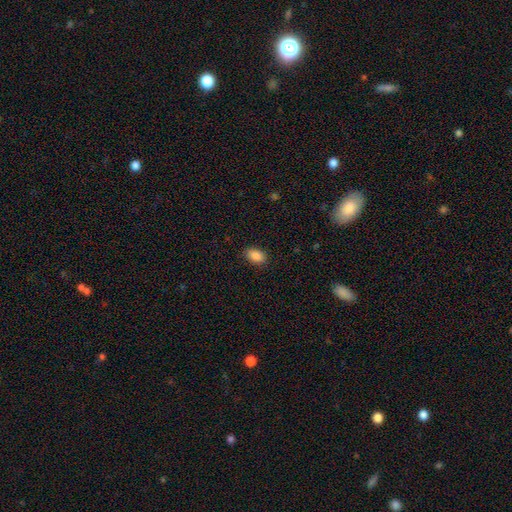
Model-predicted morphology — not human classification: Smooth or featured: smooth — 89% (star or artifact — 8%)
How rounded: in between — 88% (round — 10%)
Merging: none — 88% (minor disturbance — 9%)